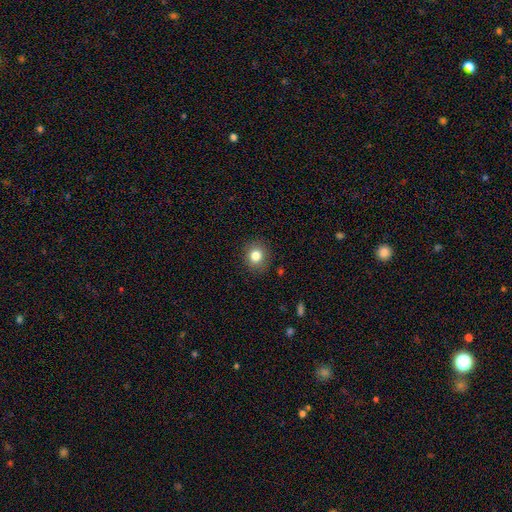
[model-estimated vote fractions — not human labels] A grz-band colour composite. It shows a smooth galaxy with no disk features (82%) that is round (80%). Merging: none (88%).